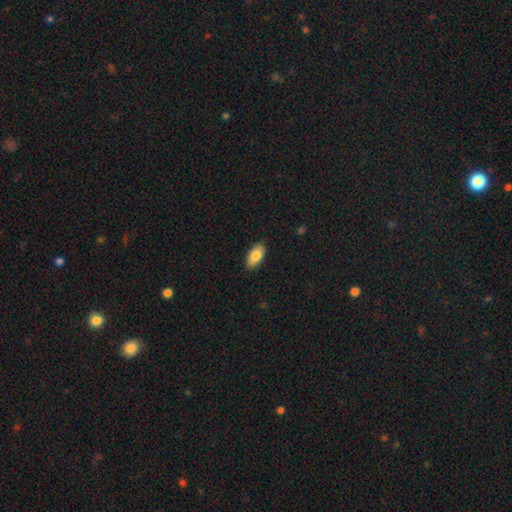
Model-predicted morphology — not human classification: type=smooth (84%); roundness=in between (93%); merging=none (88%).